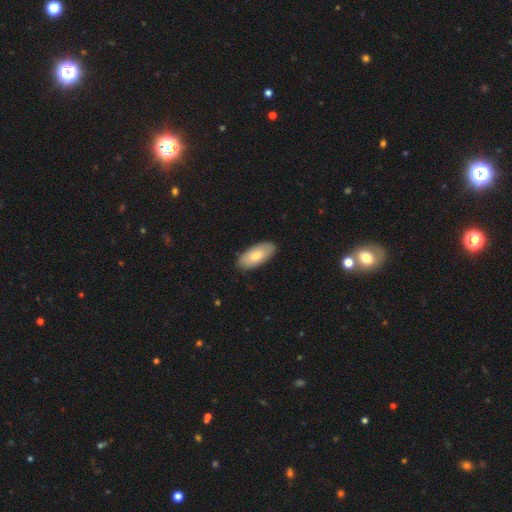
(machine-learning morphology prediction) A smooth galaxy with no disk features (78%) that is in between round and cigar-shaped (92%). Merging: none (87%).